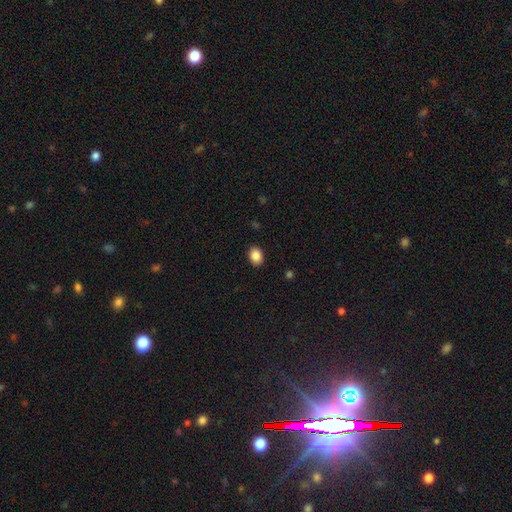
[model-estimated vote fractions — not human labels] smooth-or-featured: smooth: 87% | star or artifact: 8% | featured or disk: 5%
  how-rounded: in between: 72% | round: 27% | cigar-shaped: 1%
  merging: none: 90% | minor disturbance: 7% | major disturbance: 2% | merger: 1%